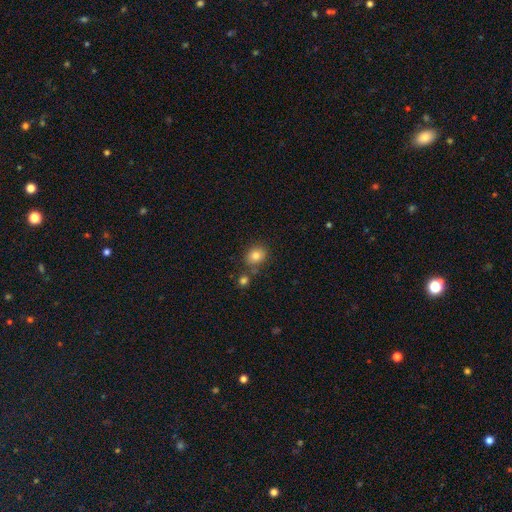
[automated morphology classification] Smooth or featured: smooth — 82% (star or artifact — 11%)
How rounded: round — 64% (in between — 35%)
Merging: none — 72% (merger — 12%)